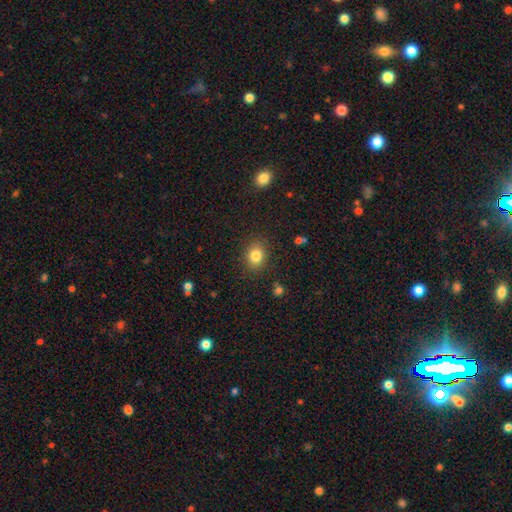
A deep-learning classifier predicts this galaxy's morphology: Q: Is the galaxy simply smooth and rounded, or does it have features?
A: smooth — 82%.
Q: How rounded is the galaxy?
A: round — 52%.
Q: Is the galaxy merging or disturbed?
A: none — 85%.